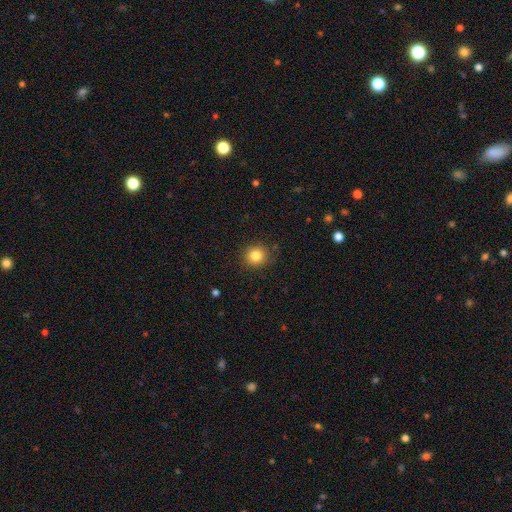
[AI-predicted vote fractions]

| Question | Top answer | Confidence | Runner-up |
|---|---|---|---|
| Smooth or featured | smooth | 83% | star or artifact (11%) |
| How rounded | round | 88% | in between (11%) |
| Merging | none | 88% | minor disturbance (8%) |